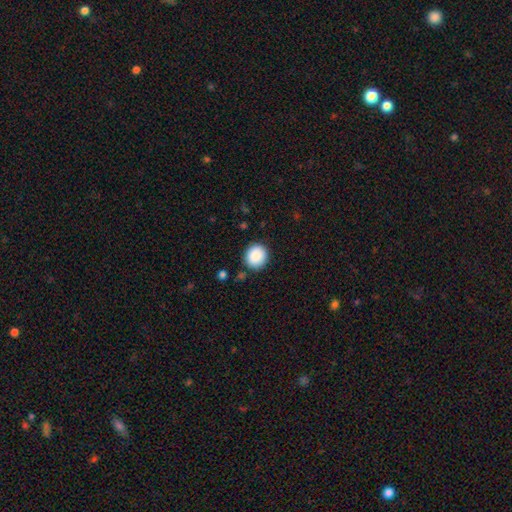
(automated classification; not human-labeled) Smooth or featured?
  - smooth: 89% *
  - star or artifact: 8%
  - featured or disk: 3%
How rounded?
  - round: 82% *
  - in between: 17%
  - cigar-shaped: 1%
Merging?
  - none: 87% *
  - minor disturbance: 9%
  - major disturbance: 2%
  - merger: 2%